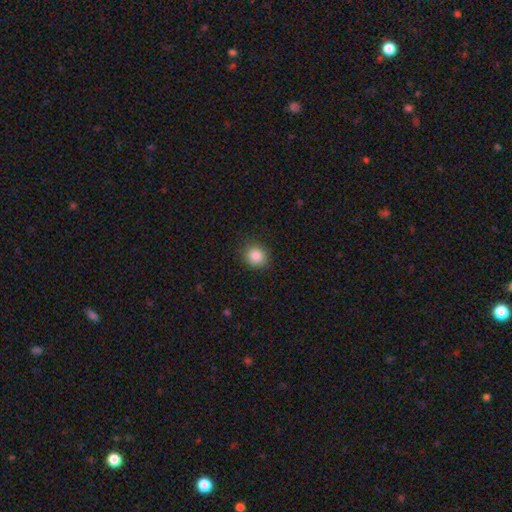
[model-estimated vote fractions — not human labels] smooth_or_featured: smooth (p=0.86) [alt: star or artifact p=0.10]
how_rounded: round (p=0.84) [alt: in between p=0.15]
merging: none (p=0.89) [alt: minor disturbance p=0.07]